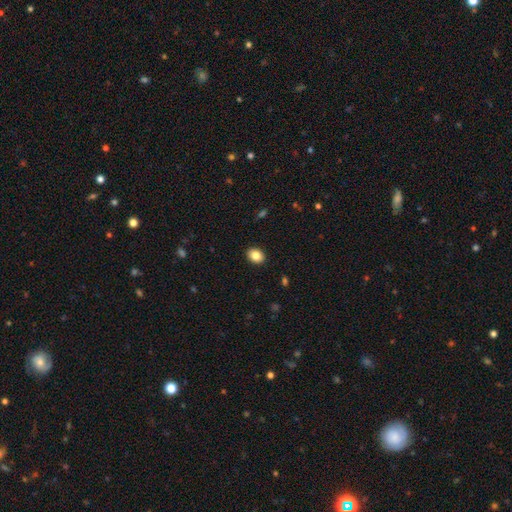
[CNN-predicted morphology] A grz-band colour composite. It shows a smooth galaxy with no disk features (85%) that is in between round and cigar-shaped (63%). Merging: none (91%).